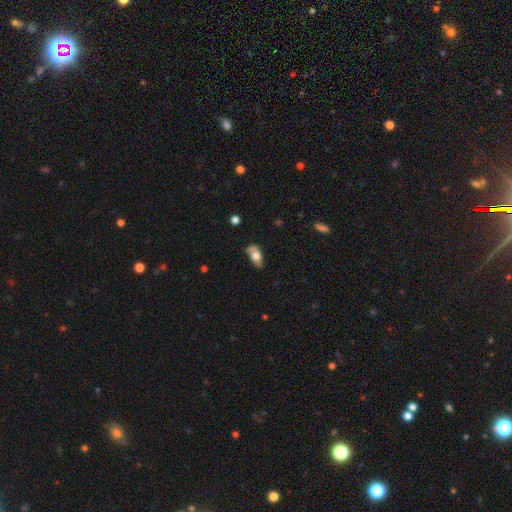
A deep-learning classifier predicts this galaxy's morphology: A smooth galaxy with no disk features (64%) that is in between round and cigar-shaped (88%).

Vote fractions:
- Smooth or featured? smooth: 64% / featured or disk: 29% / star or artifact: 8%
- How rounded? in between: 88% / round: 7% / cigar-shaped: 6%
- Merging? none: 55% / minor disturbance: 31% / major disturbance: 10% / merger: 4%